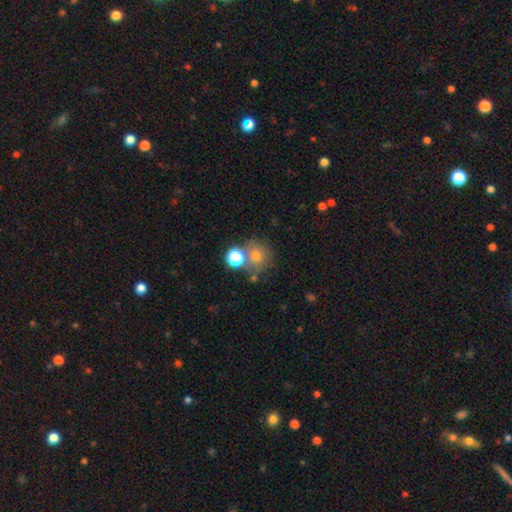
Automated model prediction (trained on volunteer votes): smooth 71%, star or artifact 17%, featured or disk 12%. Down the decision tree: how rounded — round (86%); merging — none (60%).